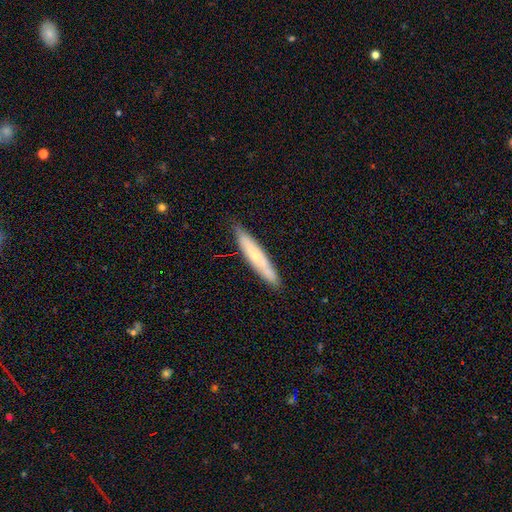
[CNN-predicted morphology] This is possibly a smooth galaxy (58%). How rounded: clearly cigar-shaped (91%). Merging: clearly none (84%).